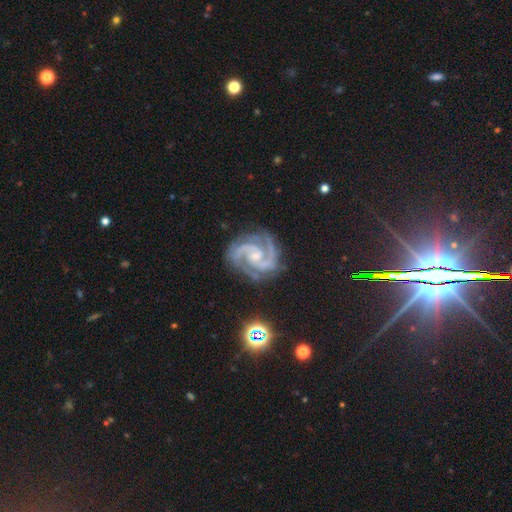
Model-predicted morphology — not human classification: Smooth or featured?
  - featured or disk: 92% *
  - star or artifact: 5%
  - smooth: 2%
Edge-on disk?
  - no: 98% *
  - yes: 2%
Bar?
  - no: 53% *
  - weak: 35%
  - strong: 12%
Spiral arms?
  - yes: 99% *
  - no: 1%
Spiral winding?
  - medium: 50% *
  - tight: 45%
  - loose: 5%
Spiral arm count?
  - 2: 83% *
  - 3: 10%
  - can't tell: 2%
  - 4: 2%
  - 1: 2%
  - more than 4: 2%
Bulge size?
  - small: 66% *
  - moderate: 26%
  - none: 5%
  - large: 1%
  - dominant: 1%
Merging?
  - none: 77% *
  - minor disturbance: 16%
  - major disturbance: 5%
  - merger: 2%